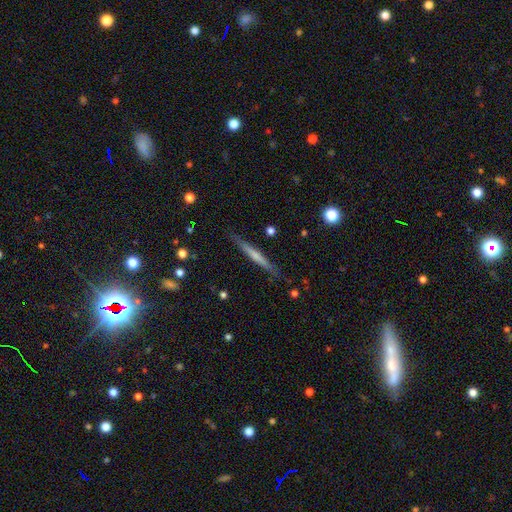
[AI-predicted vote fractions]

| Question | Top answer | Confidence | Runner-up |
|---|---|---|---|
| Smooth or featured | smooth | 51% | featured or disk (43%) |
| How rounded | cigar-shaped | 96% | in between (3%) |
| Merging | none | 85% | minor disturbance (11%) |